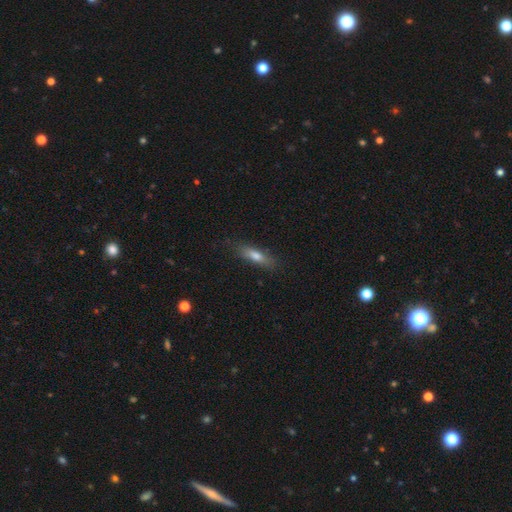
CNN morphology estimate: smooth-or-featured: smooth: 63% | featured or disk: 28% | star or artifact: 9%
  how-rounded: cigar-shaped: 70% | in between: 27% | round: 2%
  merging: none: 82% | minor disturbance: 14% | major disturbance: 3% | merger: 1%